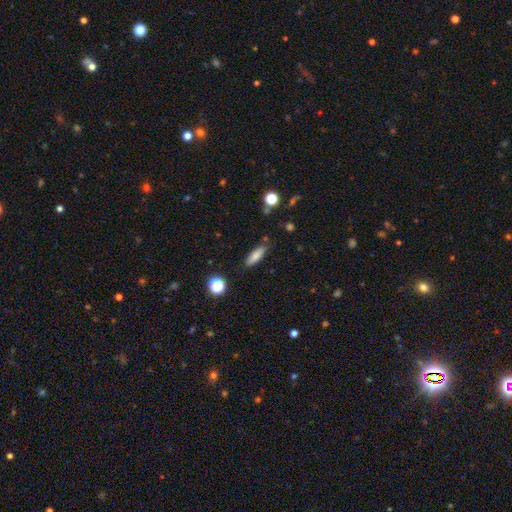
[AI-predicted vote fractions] smooth 80%, featured or disk 11%, star or artifact 9%. Down the decision tree: how rounded — cigar-shaped (51%); merging — none (85%).